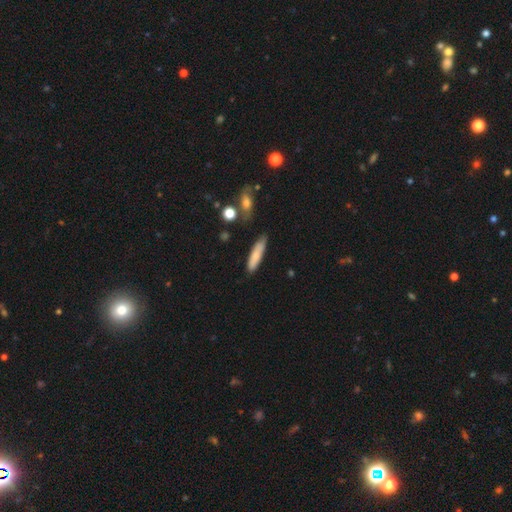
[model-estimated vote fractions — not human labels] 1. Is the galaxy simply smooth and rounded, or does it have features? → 80% smooth, 14% featured or disk, 6% star or artifact.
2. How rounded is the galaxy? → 76% cigar-shaped, 22% in between, 2% round.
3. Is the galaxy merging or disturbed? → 77% none, 17% minor disturbance, 3% major disturbance, 3% merger.